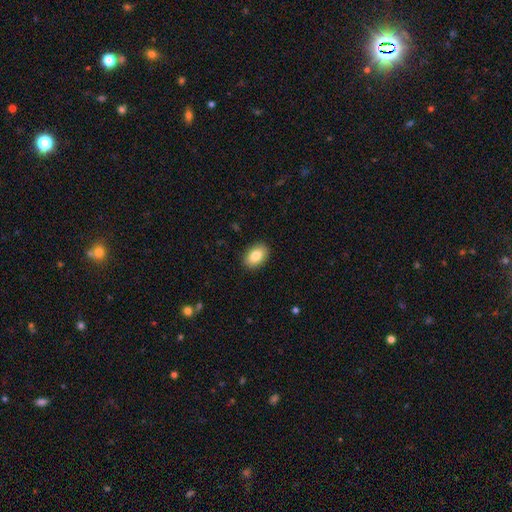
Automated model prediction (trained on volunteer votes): This is clearly a smooth galaxy (84%). How rounded: clearly in between (88%). Merging: clearly none (90%).